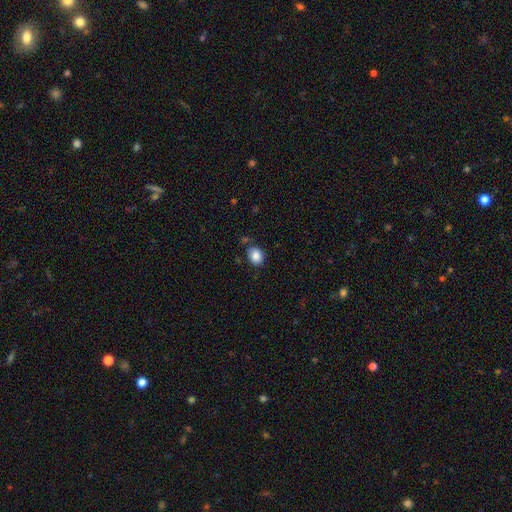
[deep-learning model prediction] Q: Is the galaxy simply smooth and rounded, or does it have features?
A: smooth — 86%.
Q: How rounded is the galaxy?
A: in between — 50%.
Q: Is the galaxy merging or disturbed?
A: none — 77%.